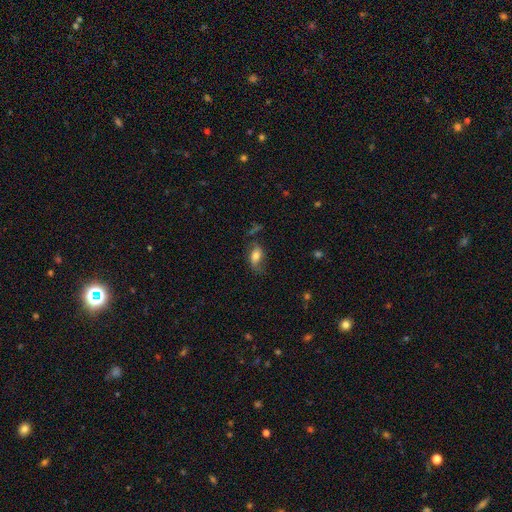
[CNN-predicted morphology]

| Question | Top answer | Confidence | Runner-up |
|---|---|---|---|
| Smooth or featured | smooth | 62% | featured or disk (29%) |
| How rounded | in between | 87% | round (8%) |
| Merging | none | 55% | minor disturbance (25%) |